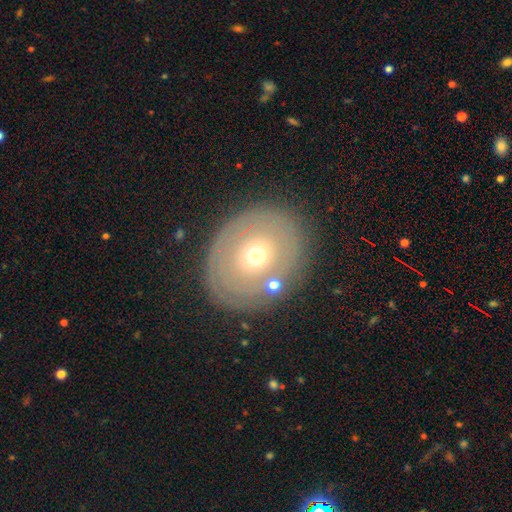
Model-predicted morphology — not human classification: type=smooth (46%); merging=none (80%).